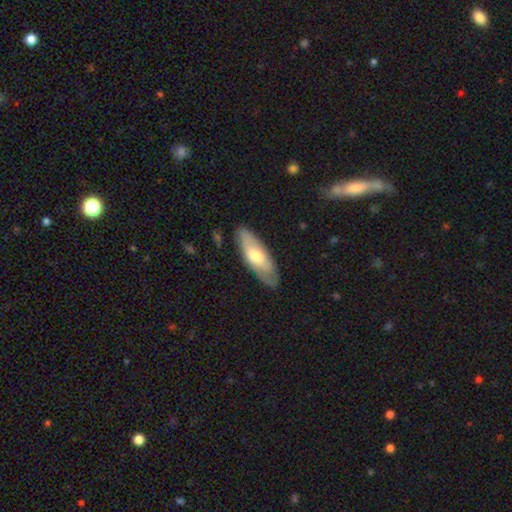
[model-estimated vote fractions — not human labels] The model was most divided on "smooth or featured": smooth: 59%, featured or disk: 35%, star or artifact: 5%. More confident: merging — none (81%); how rounded — in between (65%).